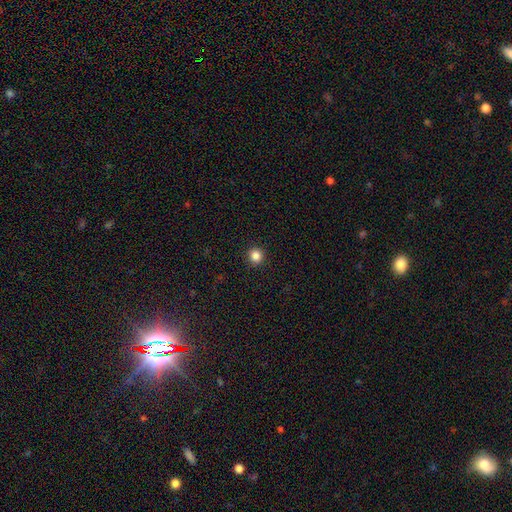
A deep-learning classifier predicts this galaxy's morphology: smooth 85%, star or artifact 12%, featured or disk 3%. Down the decision tree: how rounded — round (95%); merging — none (93%).